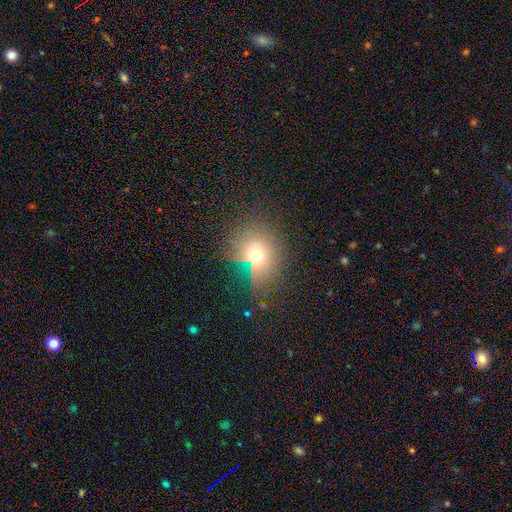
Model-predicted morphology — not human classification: A smooth galaxy with no disk features (62%) that is round (70%).

Vote fractions:
- Smooth or featured? smooth: 62% / star or artifact: 22% / featured or disk: 17%
- How rounded? round: 70% / in between: 28% / cigar-shaped: 2%
- Merging? none: 71% / minor disturbance: 16% / major disturbance: 10% / merger: 4%